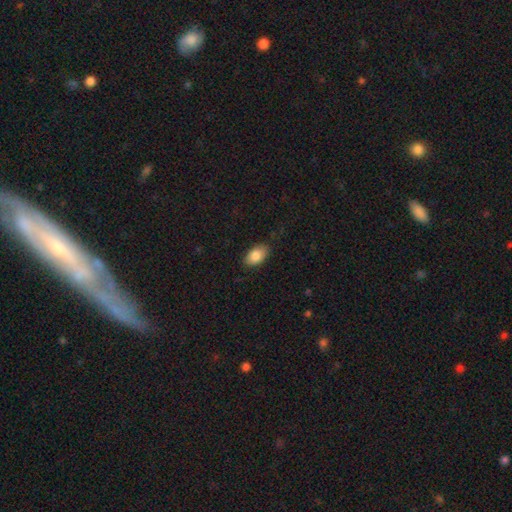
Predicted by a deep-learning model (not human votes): This is clearly a smooth galaxy (85%). How rounded: clearly in between (92%). Merging: clearly none (84%).